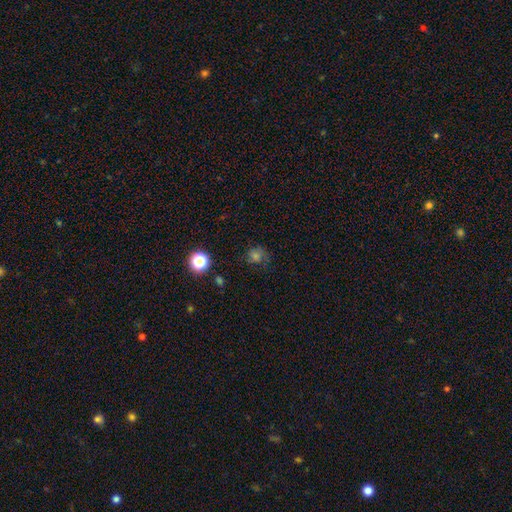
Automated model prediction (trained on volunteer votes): Morphology: type=smooth (68%); roundness=round (74%); merging=none (58%).